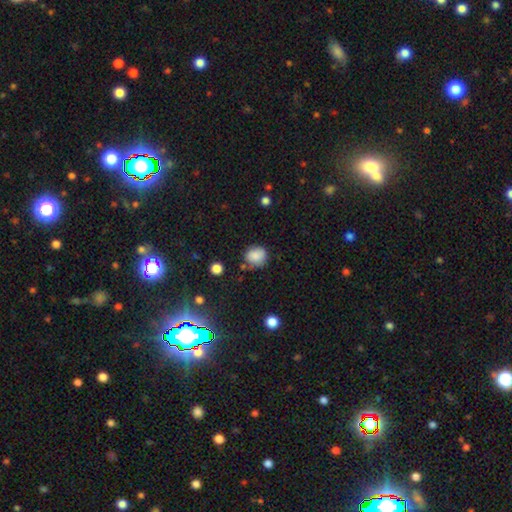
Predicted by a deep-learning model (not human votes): Q: Smooth or featured?
A: smooth (83%); runner-up: star or artifact (10%)
Q: How rounded?
A: round (79%); runner-up: in between (20%)
Q: Merging?
A: none (70%); runner-up: minor disturbance (20%)